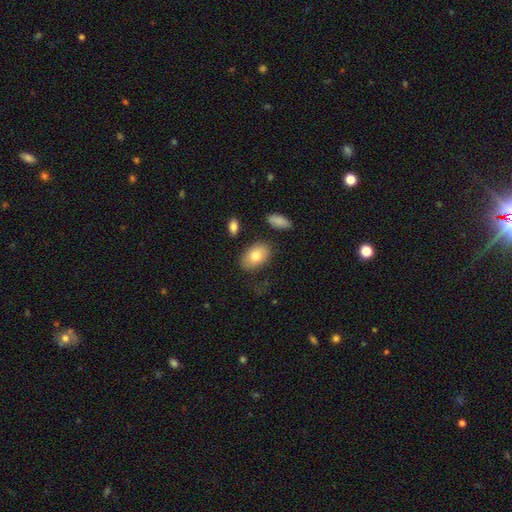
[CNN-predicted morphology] Smooth or featured: smooth — 78% (featured or disk — 15%)
How rounded: in between — 88% (round — 10%)
Merging: none — 78% (minor disturbance — 14%)